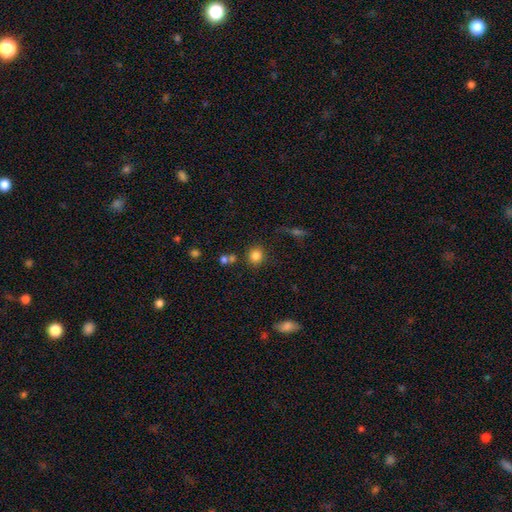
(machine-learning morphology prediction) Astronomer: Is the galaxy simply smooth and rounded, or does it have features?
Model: smooth — 82%.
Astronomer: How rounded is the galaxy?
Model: round — 84%.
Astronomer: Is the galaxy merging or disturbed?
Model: none — 78%.